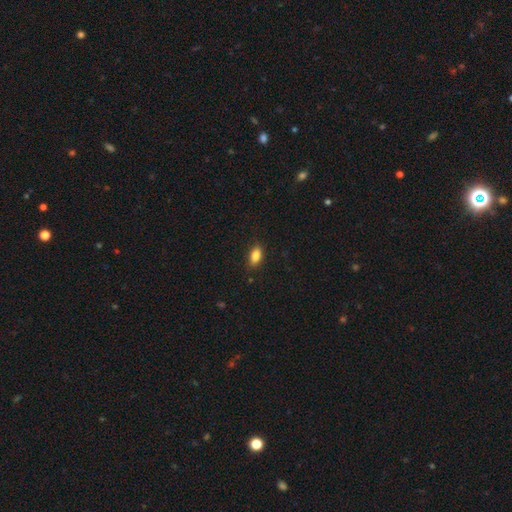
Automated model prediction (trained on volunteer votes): A smooth galaxy with no disk features (86%) that is in between round and cigar-shaped (88%). Merging: none (85%).